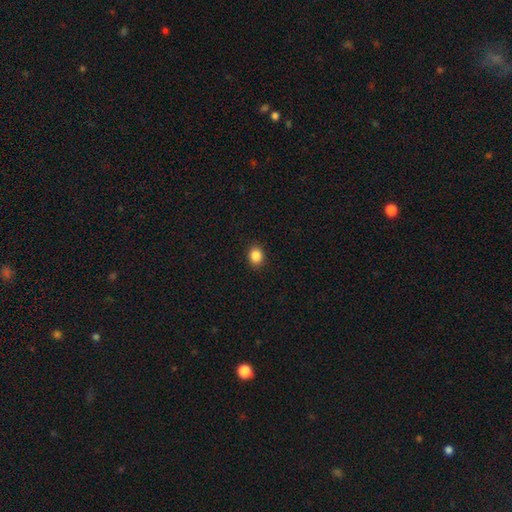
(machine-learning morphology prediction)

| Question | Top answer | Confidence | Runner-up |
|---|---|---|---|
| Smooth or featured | smooth | 87% | star or artifact (9%) |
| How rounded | round | 54% | in between (45%) |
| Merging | none | 91% | minor disturbance (7%) |